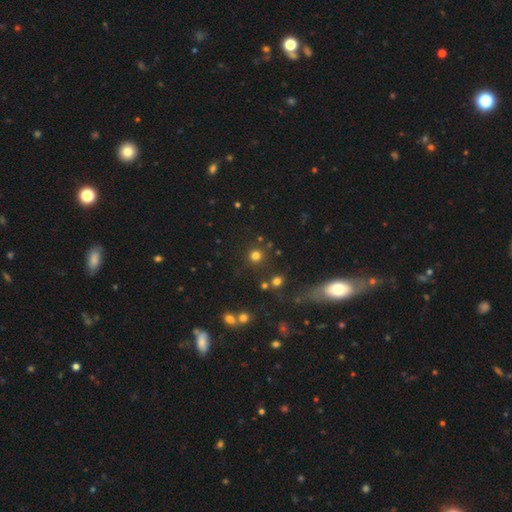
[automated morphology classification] Q: Smooth or featured?
A: smooth (75%); runner-up: star or artifact (19%)
Q: How rounded?
A: round (92%); runner-up: in between (7%)
Q: Merging?
A: none (83%); runner-up: minor disturbance (8%)